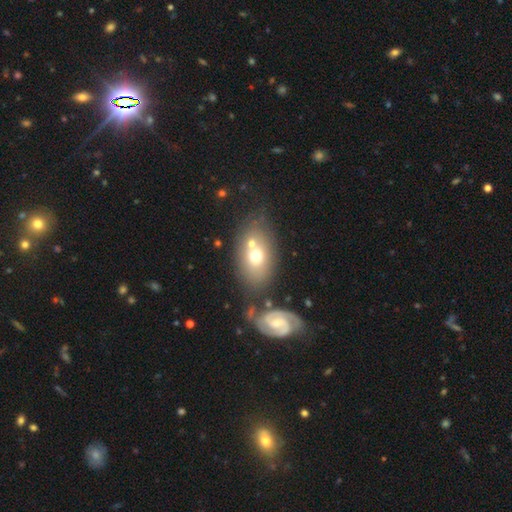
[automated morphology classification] smooth_or_featured: smooth (p=0.58) [alt: featured or disk p=0.32]
how_rounded: in between (p=0.77) [alt: round p=0.21]
merging: none (p=0.46) [alt: merger p=0.32]